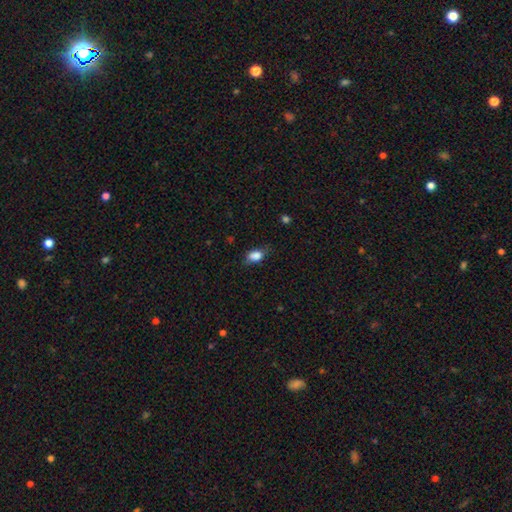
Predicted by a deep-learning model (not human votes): Overall: smooth (83%). How rounded: in between (82%). Merging: none (61%; minor disturbance 29%).